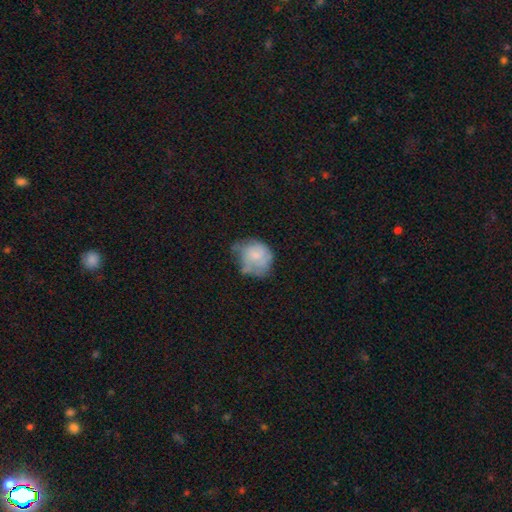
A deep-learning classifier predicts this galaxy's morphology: A smooth galaxy with no disk features (63%) that is round (66%).

Vote fractions:
- Smooth or featured? smooth: 63% / featured or disk: 29% / star or artifact: 8%
- How rounded? round: 66% / in between: 33% / cigar-shaped: 1%
- Merging? minor disturbance: 39% / none: 33% / major disturbance: 23% / merger: 4%